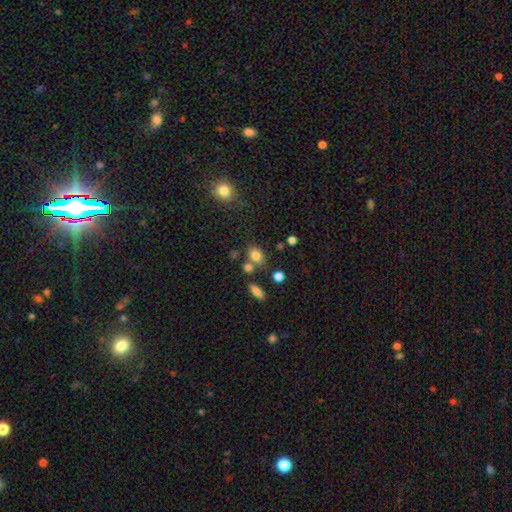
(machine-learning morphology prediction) A smooth galaxy with no disk features (79%) that is in between round and cigar-shaped (63%). Merging: none (60%).